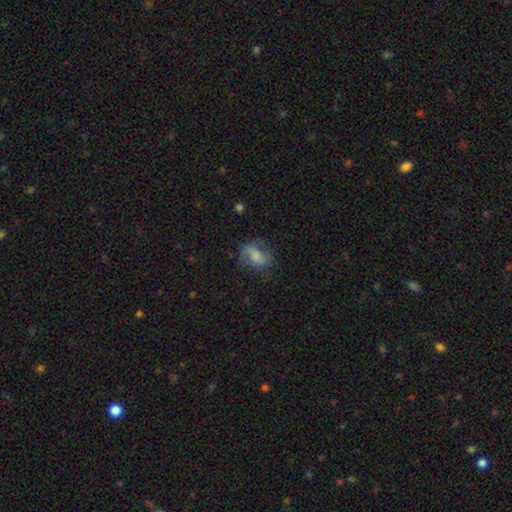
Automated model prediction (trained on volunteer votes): Smooth or featured? featured or disk (46%)
Merging? none (60%)